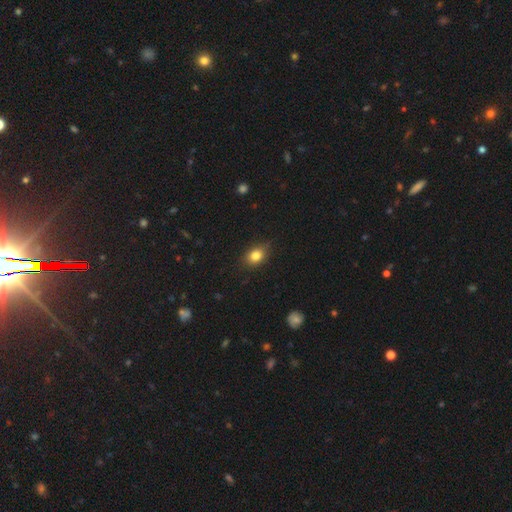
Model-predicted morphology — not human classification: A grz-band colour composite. It shows a smooth galaxy with no disk features (81%) that is in between round and cigar-shaped (65%). Merging: none (77%).